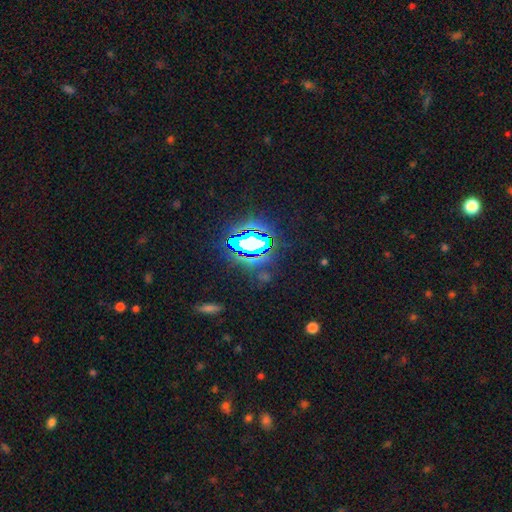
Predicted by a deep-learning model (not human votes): Q: Smooth or featured?
A: star or artifact (81%); runner-up: smooth (12%)